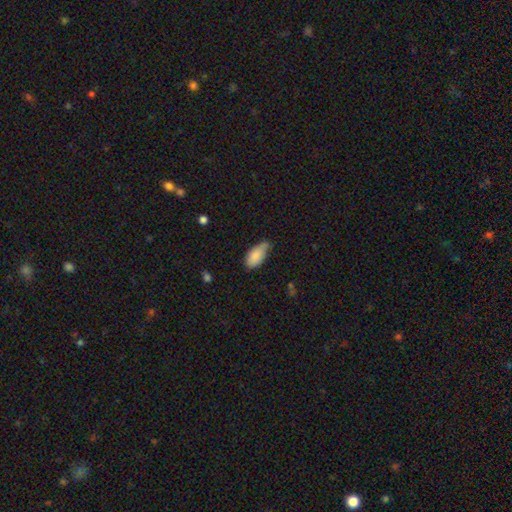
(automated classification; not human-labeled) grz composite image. It shows a smooth galaxy with no disk features (85%) that is in between round and cigar-shaped (93%). Merging: none (44%, tied with minor disturbance).